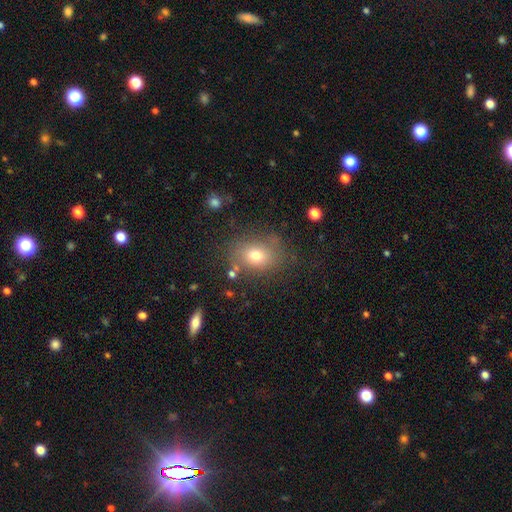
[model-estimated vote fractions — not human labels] A smooth galaxy with no disk features (73%) that is in between round and cigar-shaped (52%).

Vote fractions:
- Smooth or featured? smooth: 73% / star or artifact: 14% / featured or disk: 13%
- How rounded? in between: 52% / round: 47% / cigar-shaped: 1%
- Merging? none: 75% / minor disturbance: 15% / major disturbance: 6% / merger: 4%